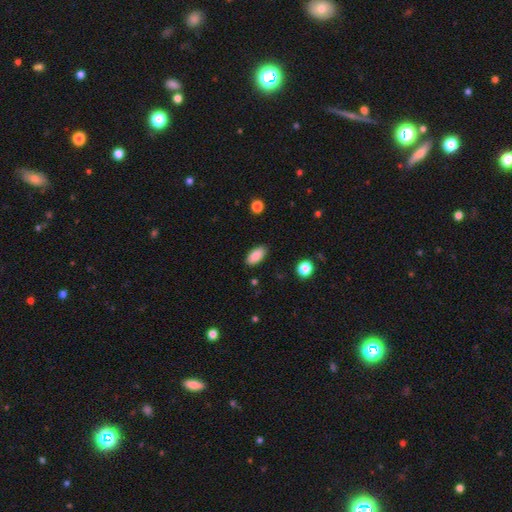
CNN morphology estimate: Smooth or featured: smooth — 88% (star or artifact — 7%)
How rounded: in between — 90% (cigar-shaped — 7%)
Merging: none — 87% (minor disturbance — 10%)